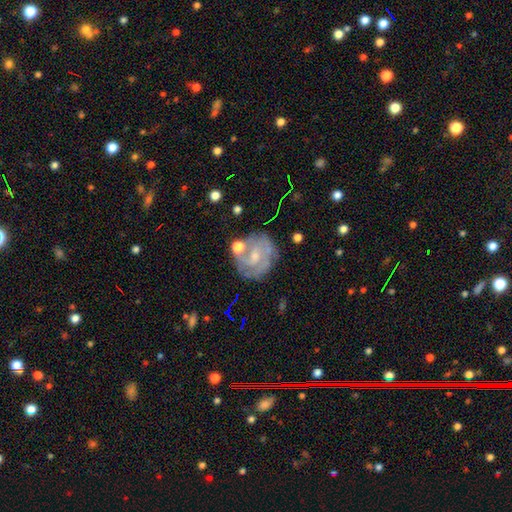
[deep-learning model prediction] smooth-or-featured: featured or disk: 73% | smooth: 19% | star or artifact: 8%
  disk-edge-on: no: 97% | yes: 3%
    bar: no: 53% | weak: 39% | strong: 8%
    has-spiral-arms: yes: 82% | no: 18%
      spiral-winding: tight: 53% | medium: 34% | loose: 13%
      spiral-arm-count: can't tell: 37% | 2: 33% | 3: 16% | 1: 6% | 4: 5% | more than 4: 4%
    bulge-size: small: 60% | moderate: 31% | none: 7% | large: 2% | dominant: 1%
  merging: none: 63% | minor disturbance: 19% | major disturbance: 9% | merger: 9%